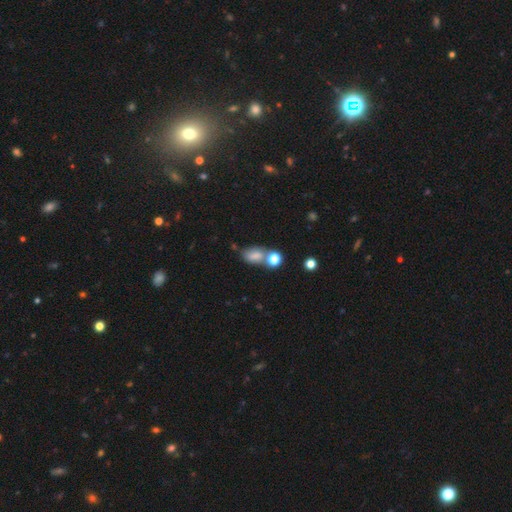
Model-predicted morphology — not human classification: This is likely a smooth galaxy (77%). How rounded: clearly in between (81%). Merging: marginally none (44%).